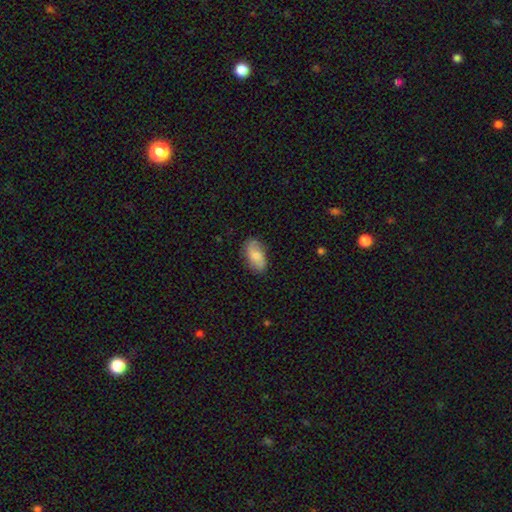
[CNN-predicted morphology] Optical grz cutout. It shows a smooth galaxy with no disk features (70%) that is in between round and cigar-shaped (93%). Merging: none (75%).